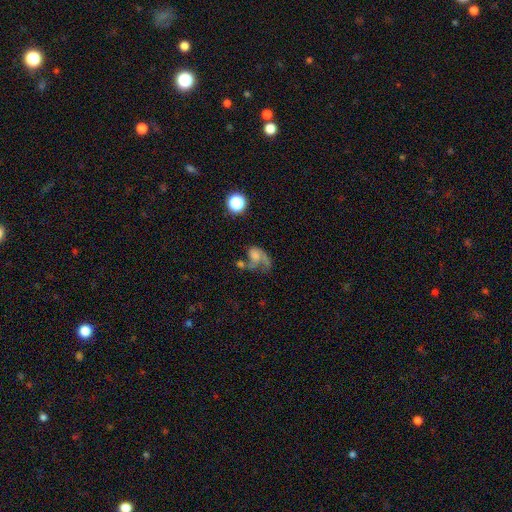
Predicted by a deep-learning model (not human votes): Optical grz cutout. It shows a featured or disk galaxy (51%). Merging: major disturbance (42%).